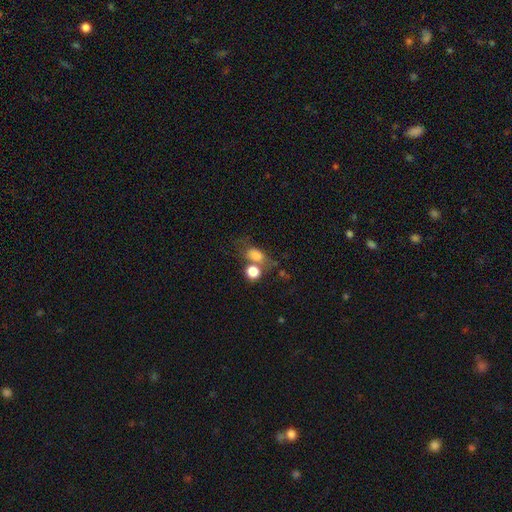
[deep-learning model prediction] Smooth or featured? Predicted: smooth (p=0.75). How rounded? Predicted: in between (p=0.63). Merging? Predicted: none (p=0.41).